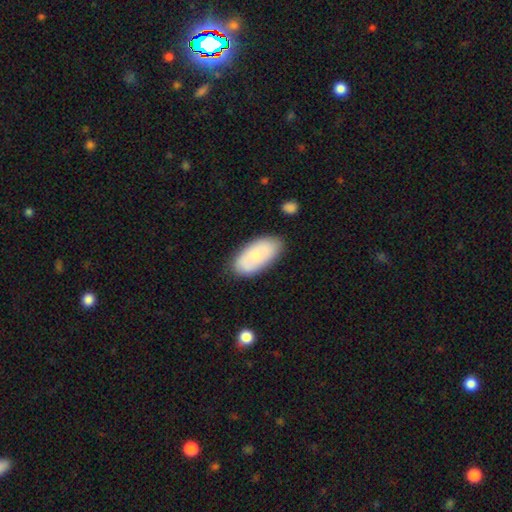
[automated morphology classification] Smooth or featured? Predicted: smooth (p=0.64). How rounded? Predicted: in between (p=0.93). Merging? Predicted: none (p=0.78).